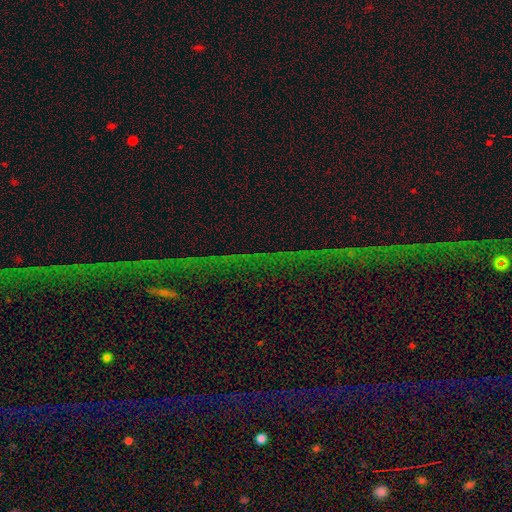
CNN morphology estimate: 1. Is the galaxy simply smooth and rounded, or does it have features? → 74% star or artifact, 15% featured or disk, 11% smooth.